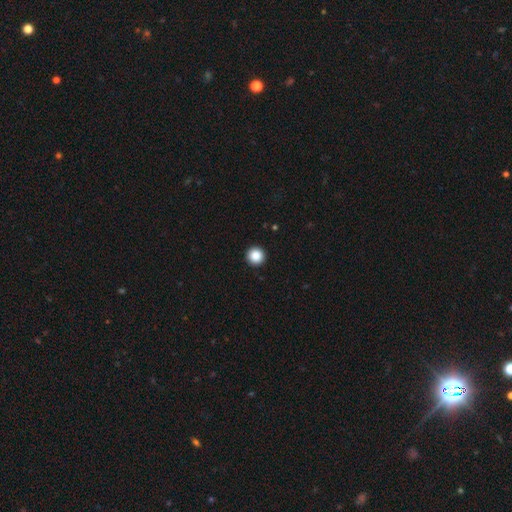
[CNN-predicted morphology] The model was most divided on "smooth or featured": smooth: 88%, star or artifact: 9%, featured or disk: 3%. More confident: how rounded — round (96%); merging — none (94%).